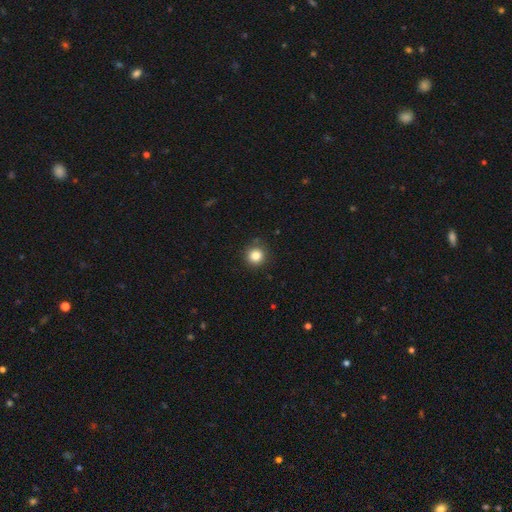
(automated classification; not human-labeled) Q: Smooth or featured?
A: smooth (84%); runner-up: star or artifact (11%)
Q: How rounded?
A: round (94%); runner-up: in between (5%)
Q: Merging?
A: none (88%); runner-up: minor disturbance (8%)